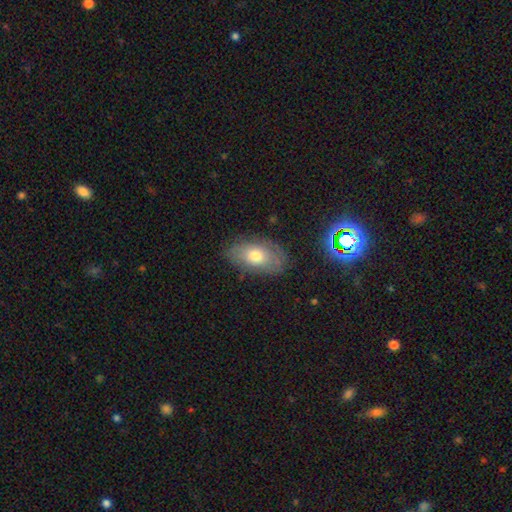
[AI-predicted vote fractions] Morphology: type=smooth (64%); roundness=in between (90%); merging=none (76%).